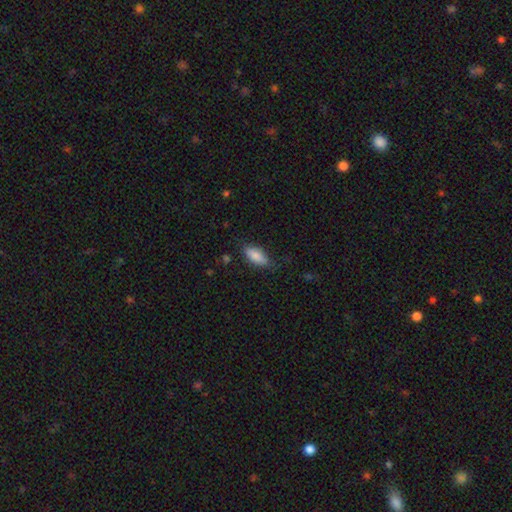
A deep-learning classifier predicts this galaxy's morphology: Smooth or featured? smooth (83%)
How rounded? in between (84%)
Merging? none (71%)